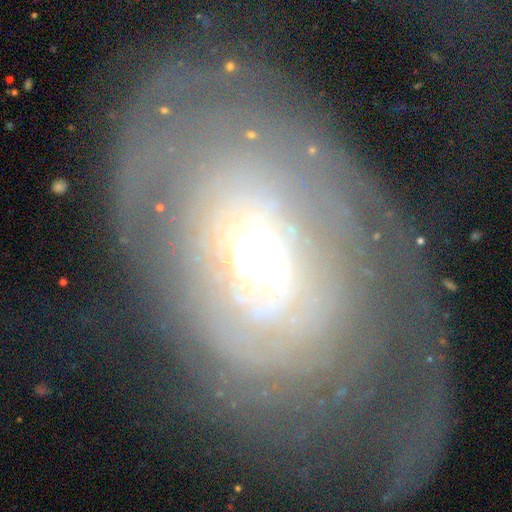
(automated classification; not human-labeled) A featured or disk galaxy (75%) with no bar (76%), spiral arms (65%) and a moderate central bulge (63%). Merging: major disturbance (40%).